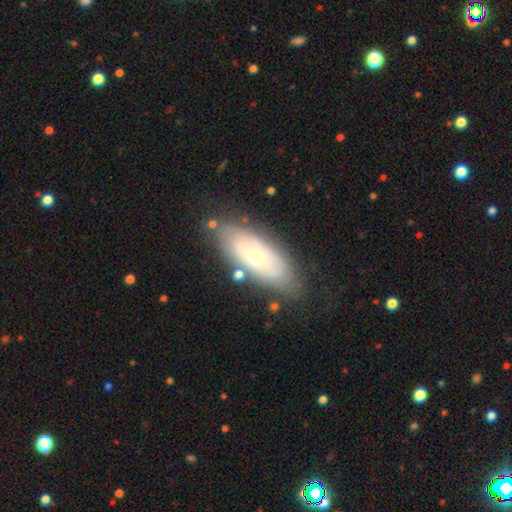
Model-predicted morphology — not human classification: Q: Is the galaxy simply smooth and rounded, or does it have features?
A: featured or disk — 57%.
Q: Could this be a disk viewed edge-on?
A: no — 84%.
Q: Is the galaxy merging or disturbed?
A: none — 75%.